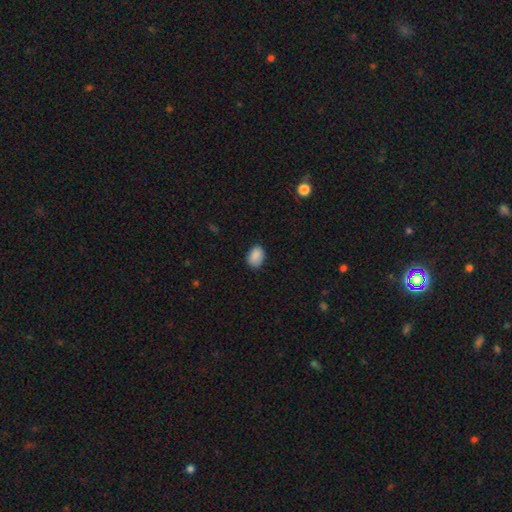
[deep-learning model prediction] smooth 88%, star or artifact 8%, featured or disk 4%. Down the decision tree: how rounded — in between (83%); merging — none (79%).